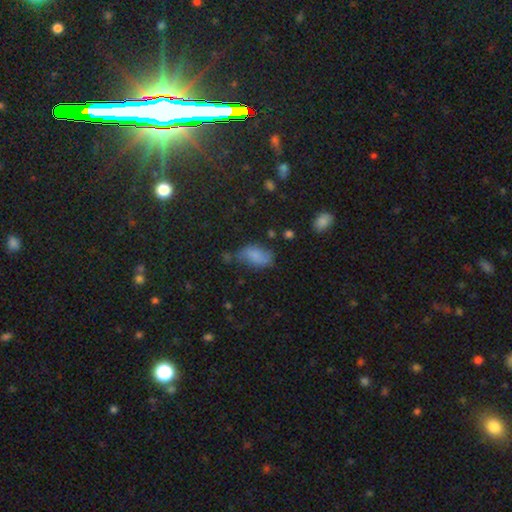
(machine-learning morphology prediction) A smooth galaxy with no disk features (76%) that is in between round and cigar-shaped (92%). Merging: none (49%).